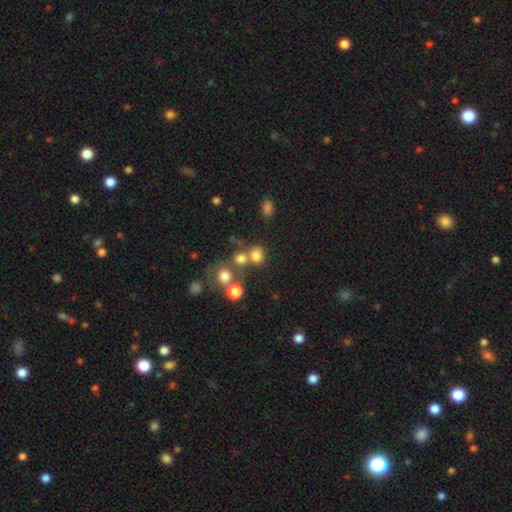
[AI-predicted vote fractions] Q: Smooth or featured?
A: smooth (74%); runner-up: star or artifact (15%)
Q: How rounded?
A: round (66%); runner-up: in between (33%)
Q: Merging?
A: none (46%); runner-up: merger (36%)